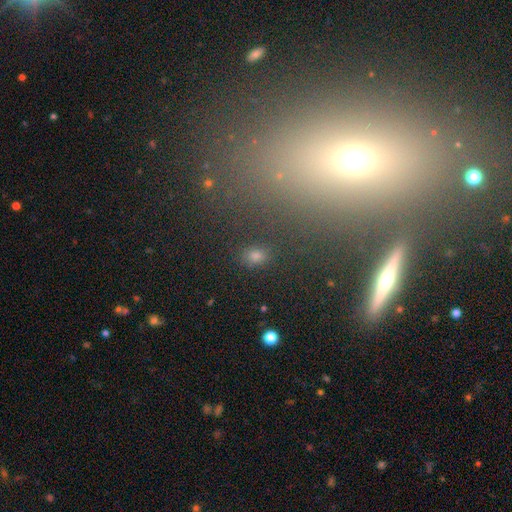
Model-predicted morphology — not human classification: smooth 45%, star or artifact 32%, featured or disk 23%. Down the decision tree: merging — none (81%).